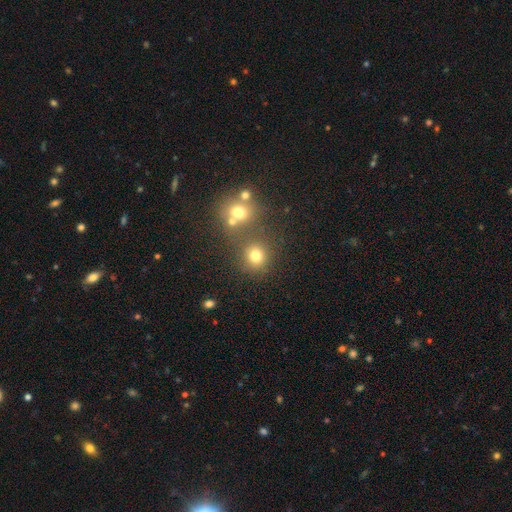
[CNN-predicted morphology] The model was most divided on "merging": none: 67%, merger: 20%, minor disturbance: 9%, major disturbance: 4%. More confident: how rounded — round (85%); smooth or featured — smooth (75%).